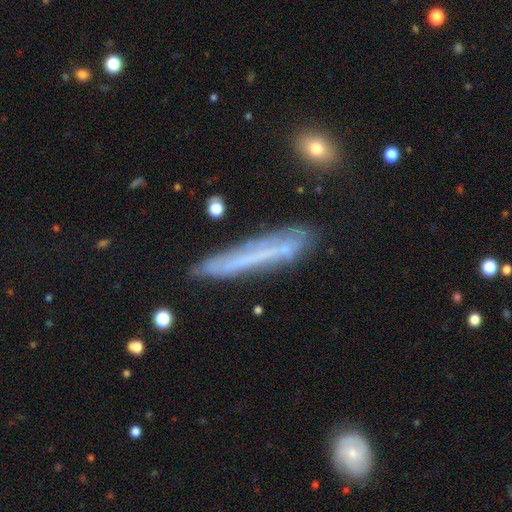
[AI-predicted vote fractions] A featured or disk galaxy (51%) viewed edge-on (78%). Merging: none (72%).